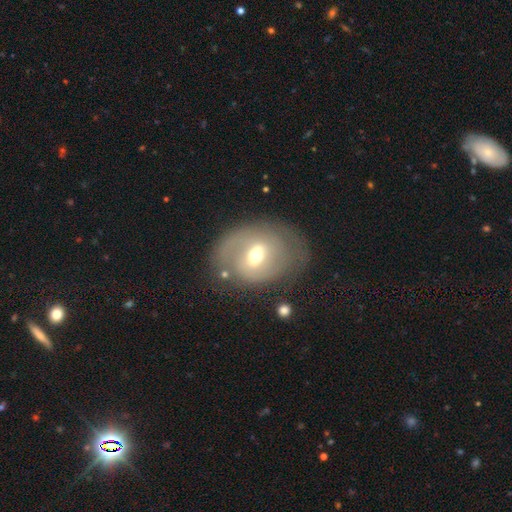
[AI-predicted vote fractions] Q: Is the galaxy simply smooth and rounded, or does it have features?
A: featured or disk — 60%.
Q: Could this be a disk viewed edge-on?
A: no — 93%.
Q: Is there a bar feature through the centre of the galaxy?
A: weak — 49%.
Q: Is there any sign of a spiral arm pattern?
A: no — 51%.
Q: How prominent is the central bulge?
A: moderate — 65%.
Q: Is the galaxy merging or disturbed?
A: none — 61%.